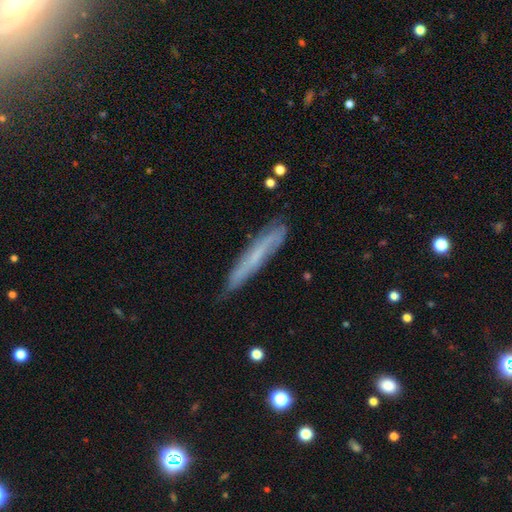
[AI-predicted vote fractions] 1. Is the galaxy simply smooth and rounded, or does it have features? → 48% smooth, 43% featured or disk, 8% star or artifact.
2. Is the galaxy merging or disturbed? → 76% none, 18% minor disturbance, 3% major disturbance, 2% merger.